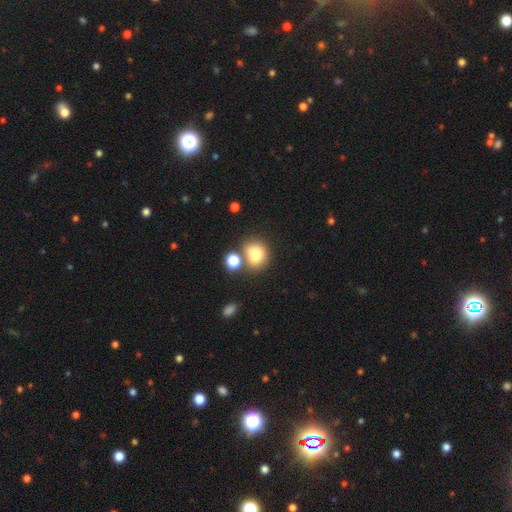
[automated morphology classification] A smooth galaxy with no disk features (79%) that is round (62%).

Vote fractions:
- Smooth or featured? smooth: 79% / star or artifact: 12% / featured or disk: 9%
- How rounded? round: 62% / in between: 37% / cigar-shaped: 1%
- Merging? none: 56% / merger: 24% / minor disturbance: 14% / major disturbance: 6%